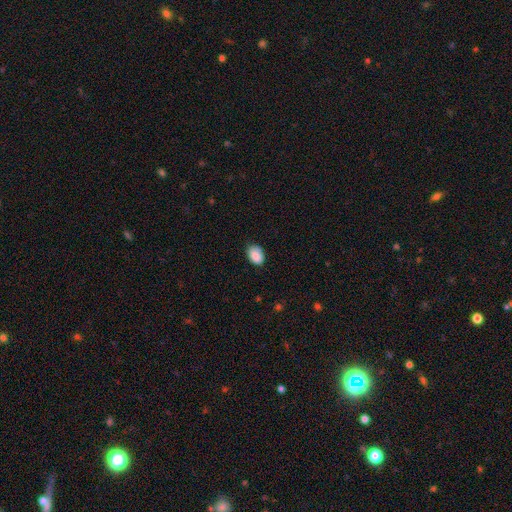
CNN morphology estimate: A smooth galaxy with no disk features (88%) that is in between round and cigar-shaped (82%).

Vote fractions:
- Smooth or featured? smooth: 88% / star or artifact: 7% / featured or disk: 5%
- How rounded? in between: 82% / round: 17% / cigar-shaped: 1%
- Merging? none: 74% / minor disturbance: 21% / major disturbance: 3% / merger: 1%